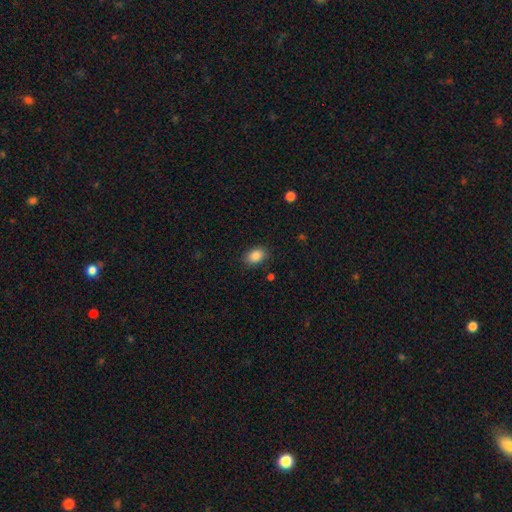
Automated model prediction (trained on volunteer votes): Smooth or featured?
  - smooth: 87% *
  - star or artifact: 8%
  - featured or disk: 4%
How rounded?
  - in between: 81% *
  - round: 17%
  - cigar-shaped: 1%
Merging?
  - none: 85% *
  - minor disturbance: 11%
  - major disturbance: 3%
  - merger: 1%